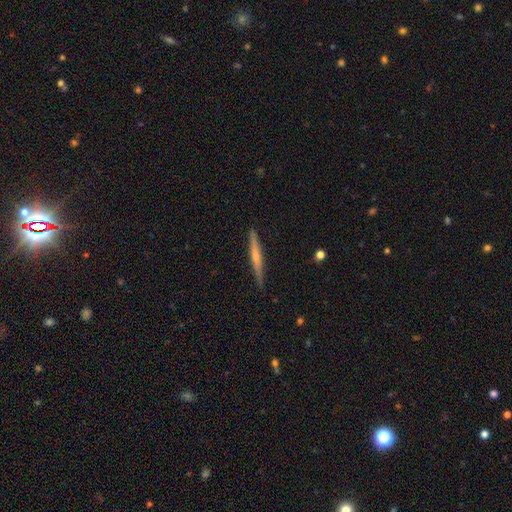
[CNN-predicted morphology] Smooth or featured? Predicted: featured or disk (p=0.62). Edge-on disk? Predicted: yes (p=0.98). Edge-on bulge? Predicted: rounded (p=0.56). Merging? Predicted: none (p=0.90).